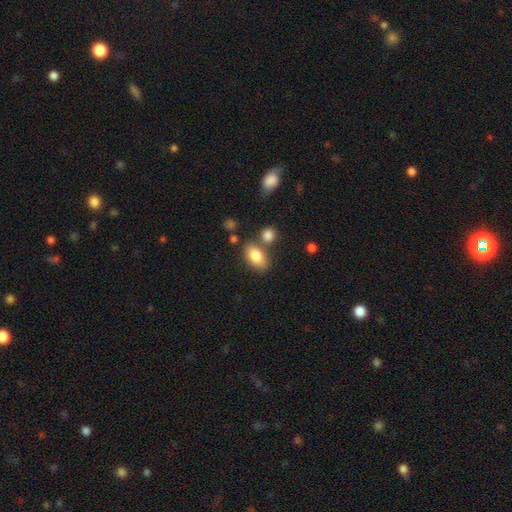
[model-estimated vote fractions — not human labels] The model was most divided on "merging": none: 66%, merger: 18%, minor disturbance: 13%, major disturbance: 4%. More confident: how rounded — in between (89%); smooth or featured — smooth (81%).